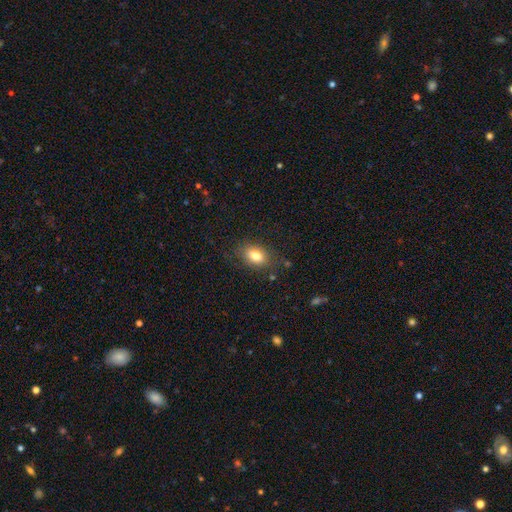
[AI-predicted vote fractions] smooth_or_featured: smooth (p=0.80) [alt: featured or disk p=0.10]
how_rounded: in between (p=0.81) [alt: round p=0.18]
merging: none (p=0.80) [alt: minor disturbance p=0.14]